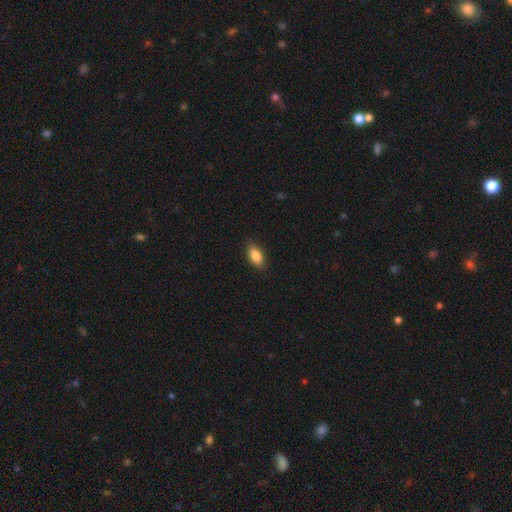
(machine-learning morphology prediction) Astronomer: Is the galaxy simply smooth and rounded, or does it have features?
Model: smooth — 85%.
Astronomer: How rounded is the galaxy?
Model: in between — 88%.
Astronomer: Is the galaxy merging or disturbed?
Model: none — 85%.